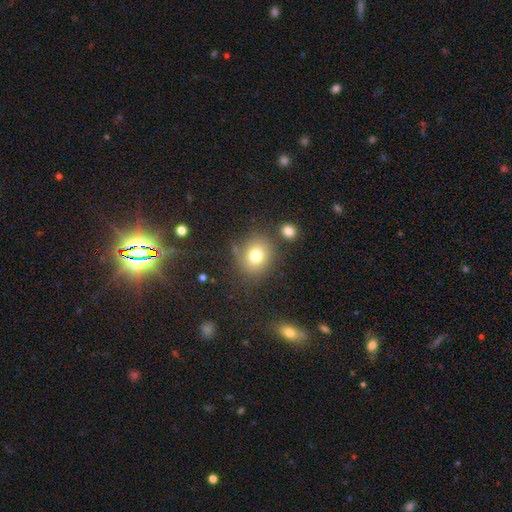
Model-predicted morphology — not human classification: Smooth or featured?
  - smooth: 77% *
  - star or artifact: 13%
  - featured or disk: 10%
How rounded?
  - round: 74% *
  - in between: 25%
  - cigar-shaped: 1%
Merging?
  - none: 77% *
  - minor disturbance: 12%
  - merger: 7%
  - major disturbance: 5%